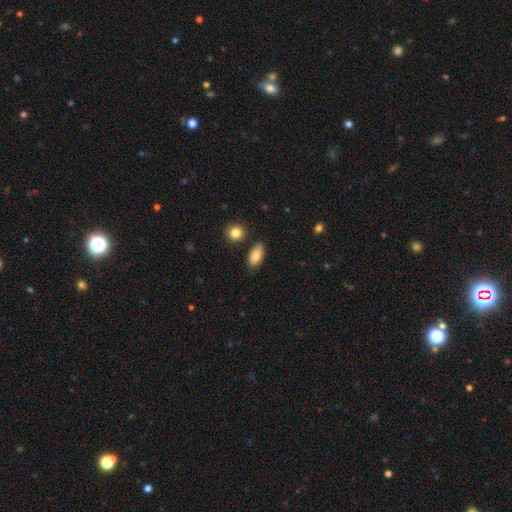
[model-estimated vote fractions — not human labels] smooth-or-featured: smooth: 86% | star or artifact: 7% | featured or disk: 7%
  how-rounded: in between: 90% | cigar-shaped: 6% | round: 4%
  merging: none: 79% | minor disturbance: 14% | merger: 4% | major disturbance: 3%